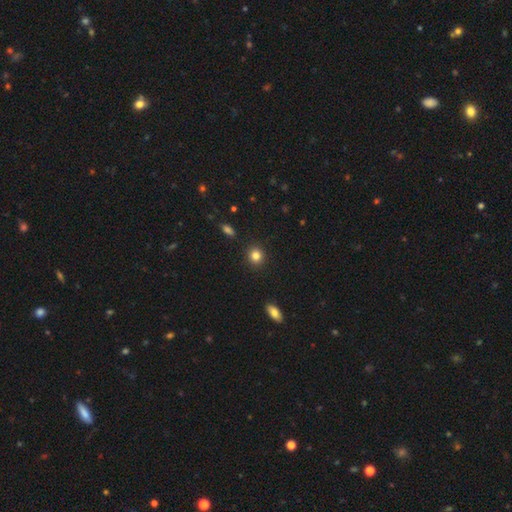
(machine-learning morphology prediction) The model was most divided on "smooth or featured": smooth: 84%, star or artifact: 10%, featured or disk: 5%. More confident: merging — none (91%); how rounded — round (87%).